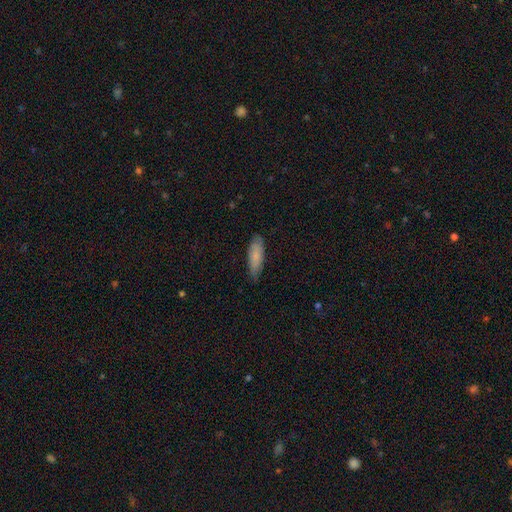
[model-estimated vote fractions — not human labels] Smooth or featured: smooth — 80% (featured or disk — 14%)
How rounded: in between — 53% (cigar-shaped — 45%)
Merging: none — 76% (minor disturbance — 20%)